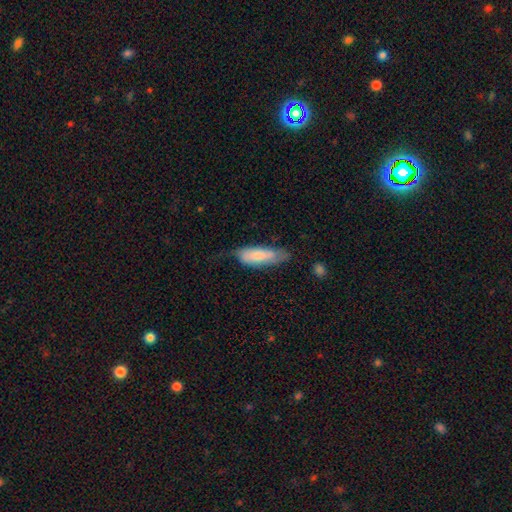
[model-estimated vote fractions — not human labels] Smooth or featured: smooth — 67% (featured or disk — 26%)
How rounded: in between — 57% (cigar-shaped — 42%)
Merging: none — 47% (minor disturbance — 35%)